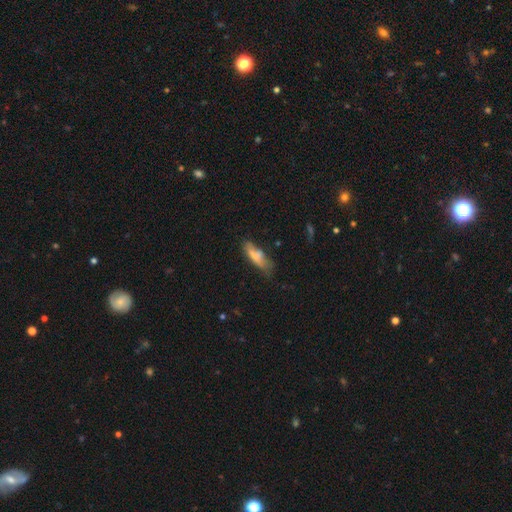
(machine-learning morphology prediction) type=smooth (72%); roundness=in between (52%); merging=none (47%).